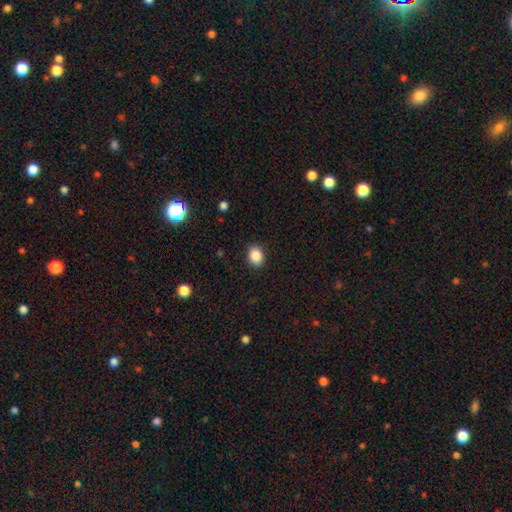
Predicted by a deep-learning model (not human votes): This appears to be a smooth galaxy with no disk features (88%) that is in between round and cigar-shaped (56%). Merging: none (90%).